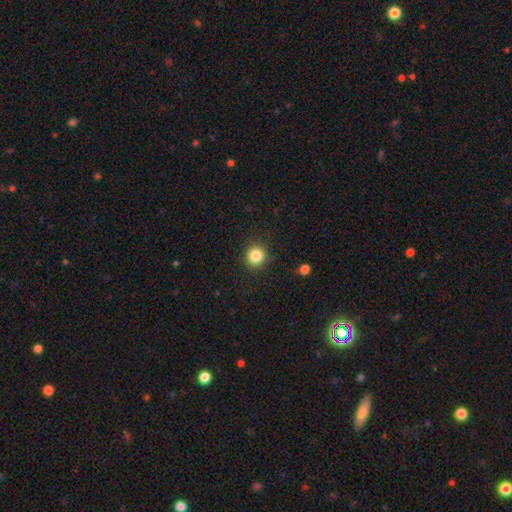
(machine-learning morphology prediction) A smooth galaxy with no disk features (84%) that is round (93%). Merging: none (90%).